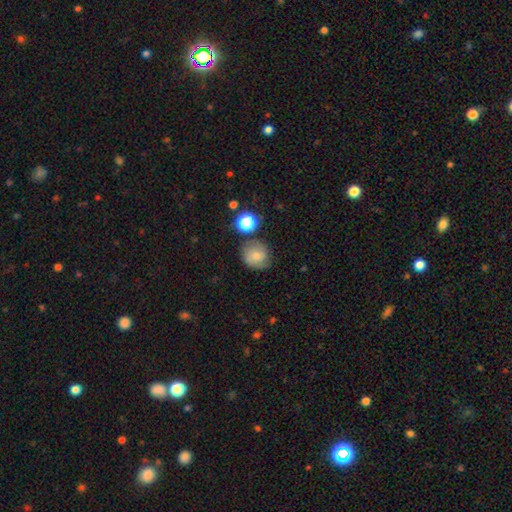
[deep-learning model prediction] A smooth galaxy with no disk features (67%) that is round (84%).

Vote fractions:
- Smooth or featured? smooth: 67% / featured or disk: 20% / star or artifact: 12%
- How rounded? round: 84% / in between: 15% / cigar-shaped: 1%
- Merging? none: 69% / minor disturbance: 19% / merger: 6% / major disturbance: 6%